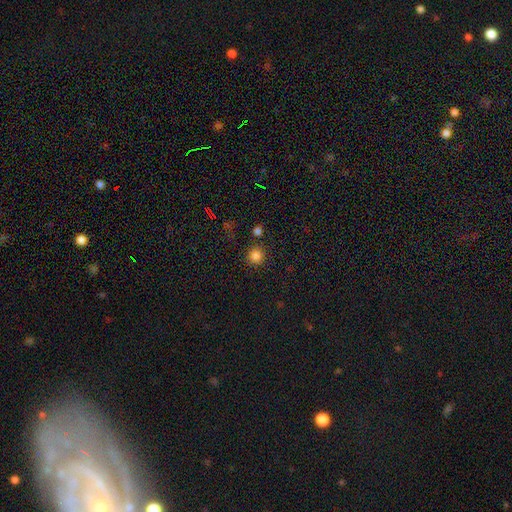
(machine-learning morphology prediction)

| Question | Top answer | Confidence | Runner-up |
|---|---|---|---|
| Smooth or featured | smooth | 82% | star or artifact (15%) |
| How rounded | round | 92% | in between (7%) |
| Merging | none | 83% | minor disturbance (8%) |